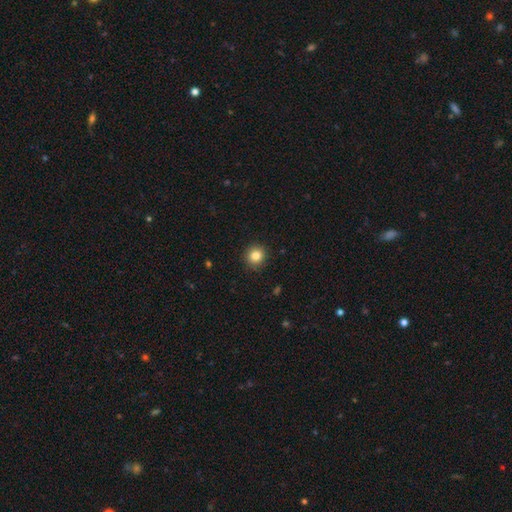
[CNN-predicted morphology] smooth-or-featured: smooth: 84% | star or artifact: 11% | featured or disk: 6%
  how-rounded: round: 93% | in between: 6% | cigar-shaped: 1%
  merging: none: 92% | minor disturbance: 6% | major disturbance: 2% | merger: 1%